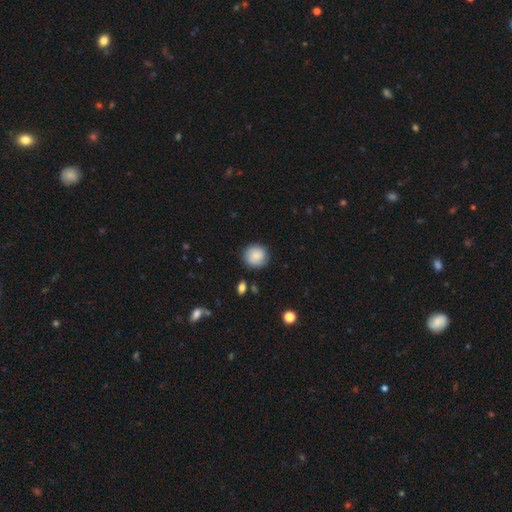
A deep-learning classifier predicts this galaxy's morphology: The model was most divided on "smooth or featured": smooth: 80%, featured or disk: 12%, star or artifact: 8%. More confident: how rounded — round (90%); merging — none (85%).